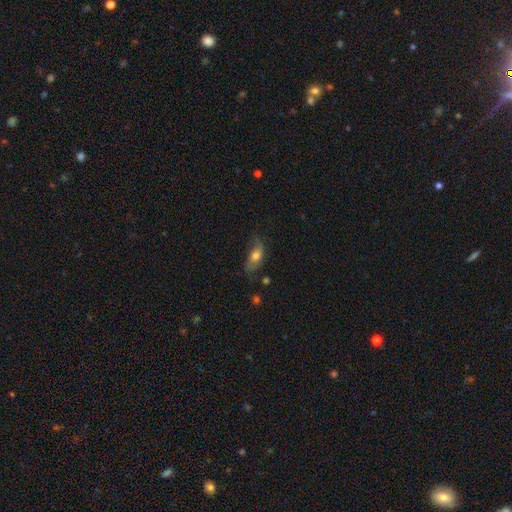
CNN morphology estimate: A smooth galaxy with no disk features (62%) that is in between round and cigar-shaped (81%).

Vote fractions:
- Smooth or featured? smooth: 62% / featured or disk: 30% / star or artifact: 8%
- How rounded? in between: 81% / cigar-shaped: 11% / round: 8%
- Merging? none: 49% / minor disturbance: 32% / major disturbance: 17% / merger: 3%